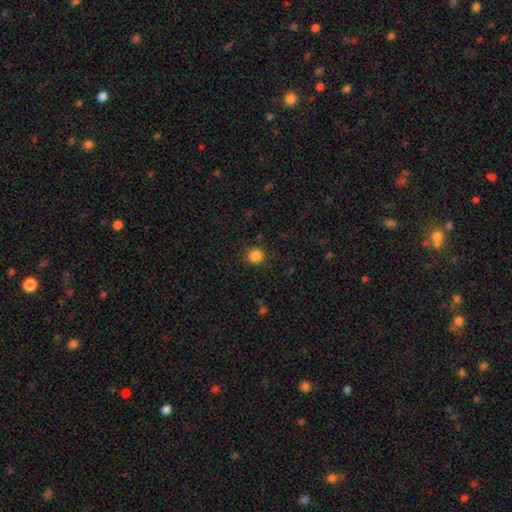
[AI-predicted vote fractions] A smooth galaxy with no disk features (85%) that is round (88%).

Vote fractions:
- Smooth or featured? smooth: 85% / star or artifact: 11% / featured or disk: 4%
- How rounded? round: 88% / in between: 11% / cigar-shaped: 1%
- Merging? none: 87% / minor disturbance: 9% / major disturbance: 3% / merger: 1%